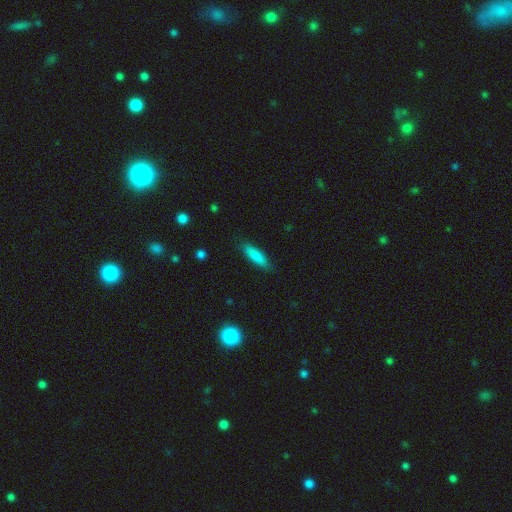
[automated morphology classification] type=smooth (83%); roundness=cigar-shaped (70%); merging=none (86%).